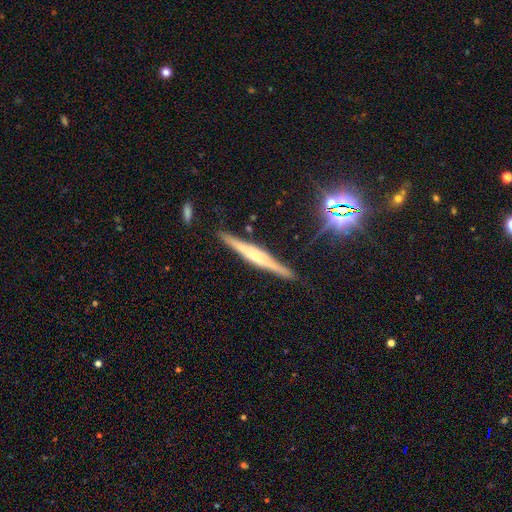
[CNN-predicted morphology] The model was most divided on "edge-on bulge": rounded: 71%, boxy: 18%, none: 11%. More confident: edge-on disk — yes (97%); merging — none (89%); smooth or featured — featured or disk (75%).